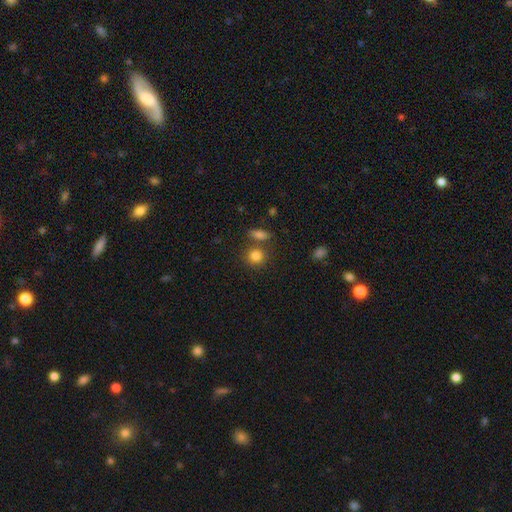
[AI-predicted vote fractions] Smooth or featured?
  - smooth: 83% *
  - star or artifact: 11%
  - featured or disk: 6%
How rounded?
  - round: 79% *
  - in between: 19%
  - cigar-shaped: 1%
Merging?
  - none: 66% *
  - merger: 19%
  - minor disturbance: 11%
  - major disturbance: 4%